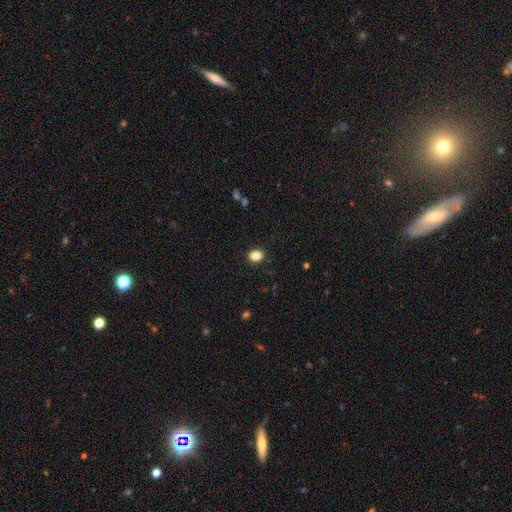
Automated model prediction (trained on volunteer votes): This is clearly a smooth galaxy (85%). How rounded: possibly round (50%). Merging: clearly none (90%).